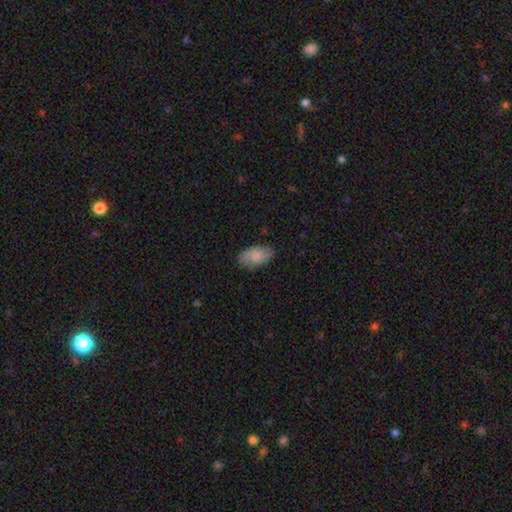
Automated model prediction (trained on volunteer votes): Overall: smooth (75%). How rounded: in between (94%). Merging: none (79%).